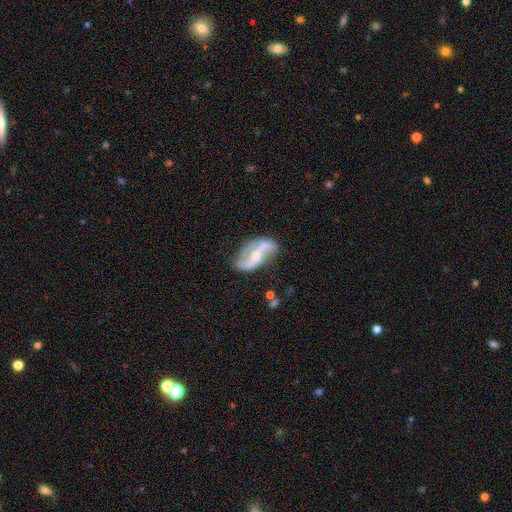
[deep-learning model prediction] smooth-or-featured: featured or disk: 84% | smooth: 11% | star or artifact: 6%
  disk-edge-on: no: 94% | yes: 6%
    bar: strong: 45% | weak: 29% | no: 26%
    has-spiral-arms: yes: 90% | no: 10%
      spiral-winding: loose: 70% | medium: 22% | tight: 8%
      spiral-arm-count: 2: 90% | can't tell: 4% | 1: 3% | 3: 1% | 4: 1% | more than 4: 1%
    bulge-size: small: 55% | moderate: 40% | none: 3% | large: 2% | dominant: 1%
  merging: none: 65% | minor disturbance: 21% | major disturbance: 10% | merger: 4%